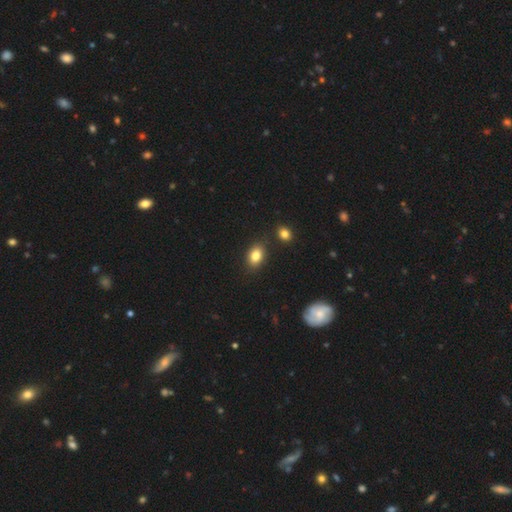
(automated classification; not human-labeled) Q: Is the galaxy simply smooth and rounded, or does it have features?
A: smooth — 83%.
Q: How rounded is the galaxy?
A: in between — 79%.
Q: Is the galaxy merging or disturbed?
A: none — 83%.